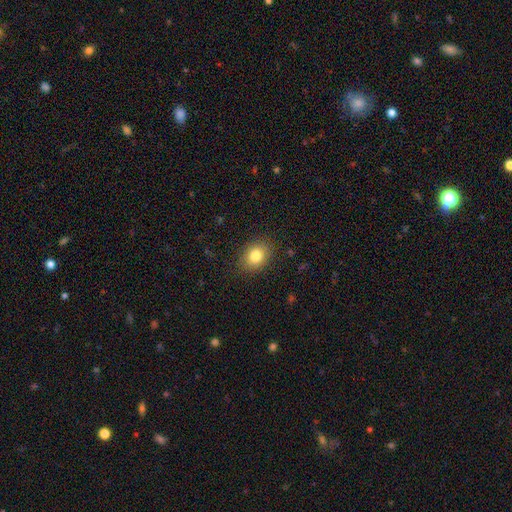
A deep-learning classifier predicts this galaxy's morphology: Smooth or featured? smooth (82%)
How rounded? in between (56%)
Merging? none (87%)